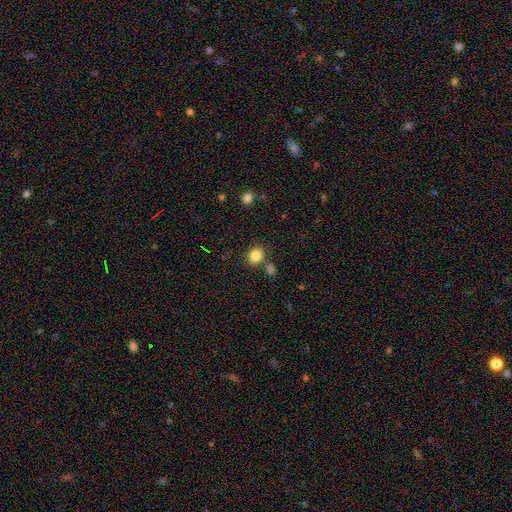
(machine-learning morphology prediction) Smooth or featured? Predicted: smooth (p=0.84). How rounded? Predicted: round (p=0.66). Merging? Predicted: none (p=0.73).